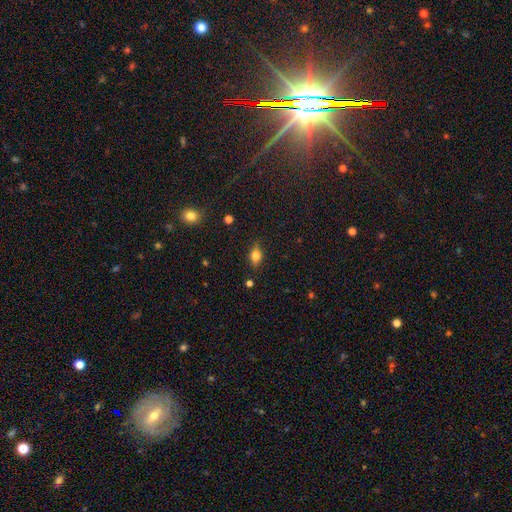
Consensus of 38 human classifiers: Smooth or featured? 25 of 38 (66%) said featured or disk. Edge-on disk? 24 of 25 (96%) said yes. Edge-on bulge? 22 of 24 (92%) said rounded. Merging? 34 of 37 (92%) said none.